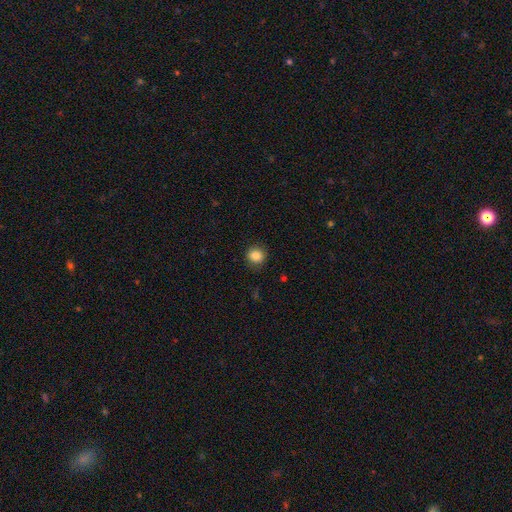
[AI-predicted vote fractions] A smooth galaxy with no disk features (86%) that is round (84%). Merging: none (88%).